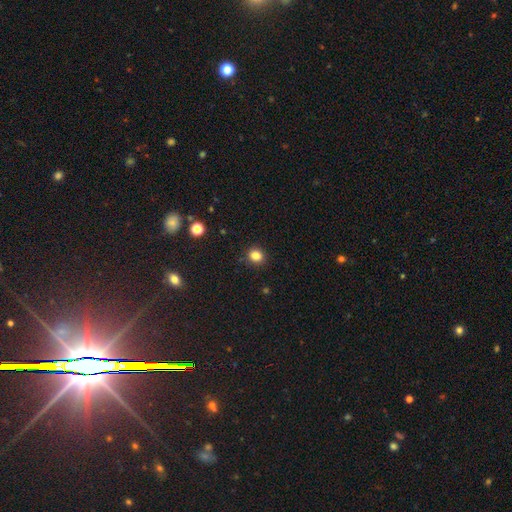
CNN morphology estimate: The model was most divided on "how rounded": round: 79%, in between: 21%, cigar-shaped: 1%. More confident: merging — none (90%); smooth or featured — smooth (83%).